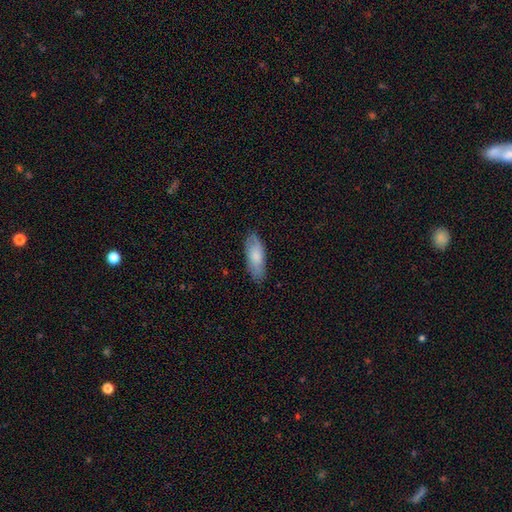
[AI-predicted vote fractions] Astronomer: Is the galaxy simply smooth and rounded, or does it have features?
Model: smooth — 78%.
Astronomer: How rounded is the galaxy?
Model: in between — 72%.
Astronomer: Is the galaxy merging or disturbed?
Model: none — 81%.